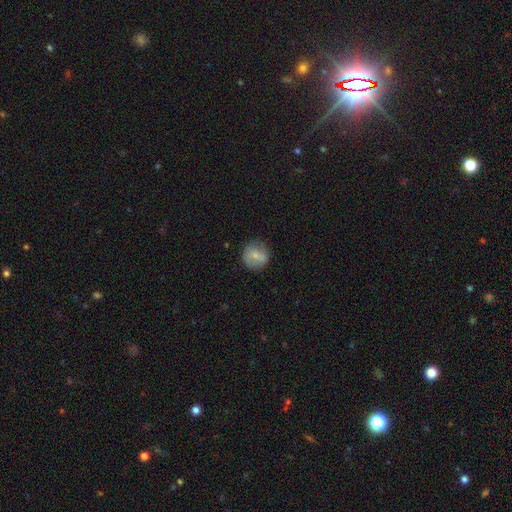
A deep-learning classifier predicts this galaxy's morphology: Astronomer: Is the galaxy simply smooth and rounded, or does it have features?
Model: smooth — 65%.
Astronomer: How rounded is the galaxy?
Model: round — 89%.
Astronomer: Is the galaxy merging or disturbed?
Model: none — 75%.